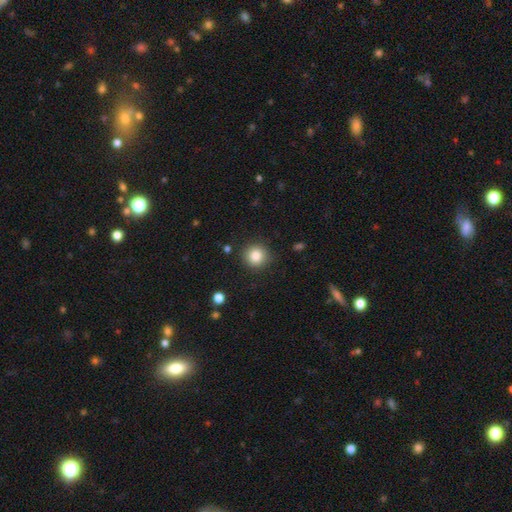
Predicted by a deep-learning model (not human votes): Morphology: type=smooth (84%); roundness=round (92%); merging=none (89%).